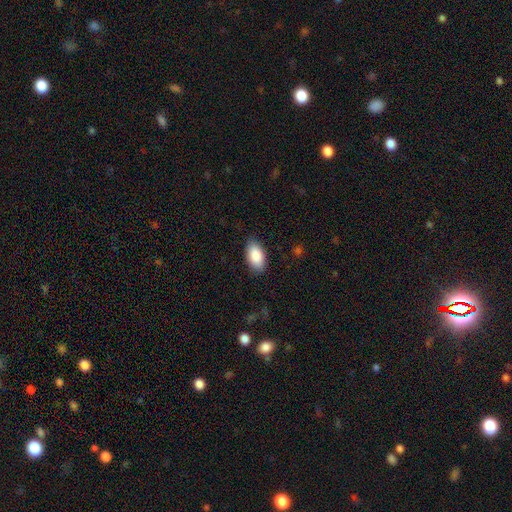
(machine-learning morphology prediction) A smooth galaxy with no disk features (88%) that is in between round and cigar-shaped (94%). Merging: none (86%).